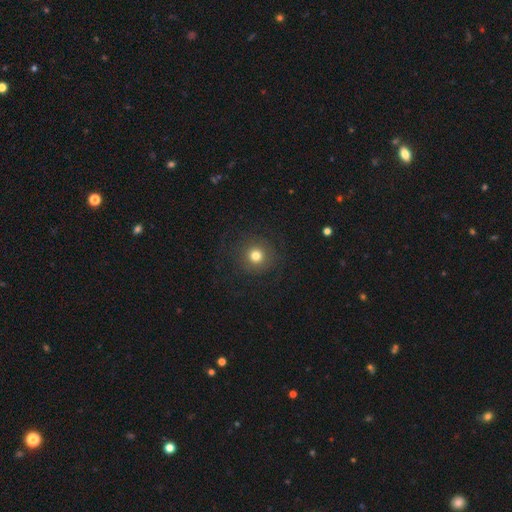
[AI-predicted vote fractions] A smooth galaxy with no disk features (75%) that is round (93%).

Vote fractions:
- Smooth or featured? smooth: 75% / star or artifact: 15% / featured or disk: 11%
- How rounded? round: 93% / in between: 6% / cigar-shaped: 1%
- Merging? none: 83% / minor disturbance: 9% / major disturbance: 6% / merger: 1%